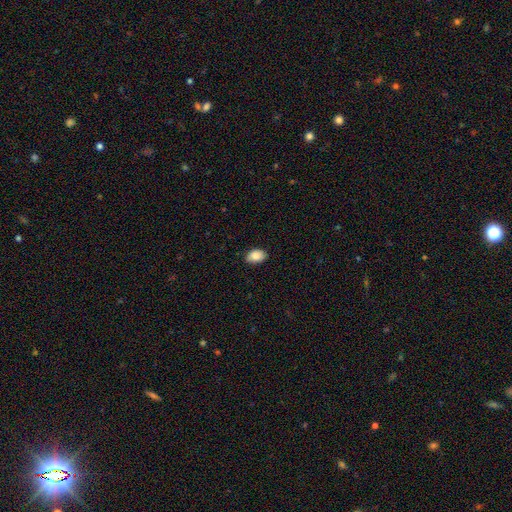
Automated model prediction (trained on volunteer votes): smooth-or-featured: smooth: 87% | star or artifact: 7% | featured or disk: 5%
  how-rounded: in between: 85% | round: 14% | cigar-shaped: 1%
  merging: none: 85% | minor disturbance: 12% | major disturbance: 2% | merger: 1%